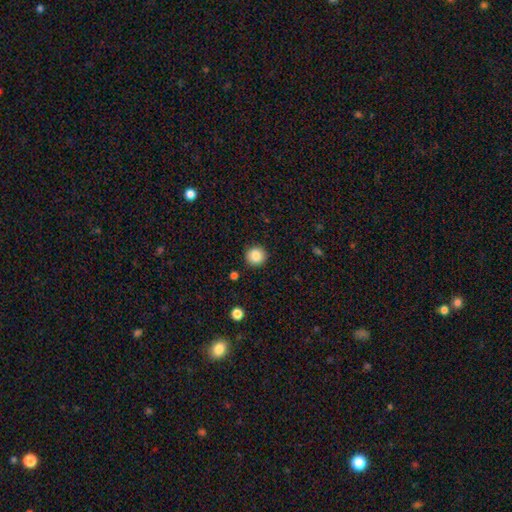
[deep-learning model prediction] A smooth galaxy with no disk features (87%) that is round (92%). Merging: none (91%).